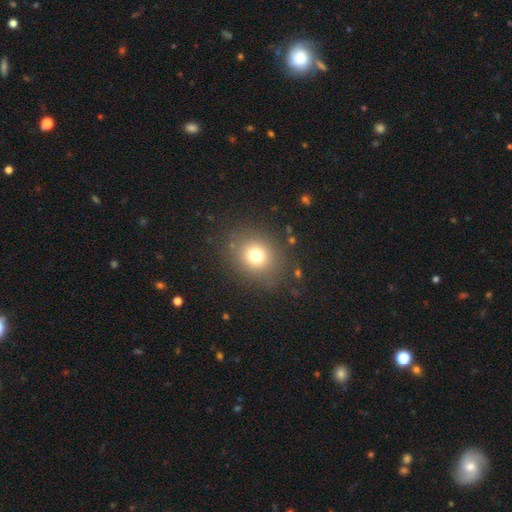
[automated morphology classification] Smooth or featured? smooth (73%)
How rounded? round (79%)
Merging? none (84%)